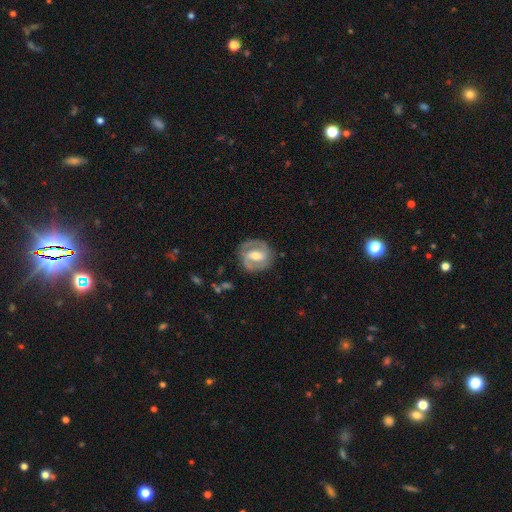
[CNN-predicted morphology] Q: Smooth or featured?
A: featured or disk (81%); runner-up: smooth (14%)
Q: Edge-on disk?
A: no (97%); runner-up: yes (3%)
Q: Bar?
A: weak (42%); runner-up: strong (41%)
Q: Spiral arms?
A: yes (89%); runner-up: no (11%)
Q: Spiral winding?
A: medium (46%); runner-up: tight (42%)
Q: Spiral arm count?
A: 2 (87%); runner-up: can't tell (6%)
Q: Bulge size?
A: moderate (65%); runner-up: small (25%)
Q: Merging?
A: none (82%); runner-up: minor disturbance (12%)